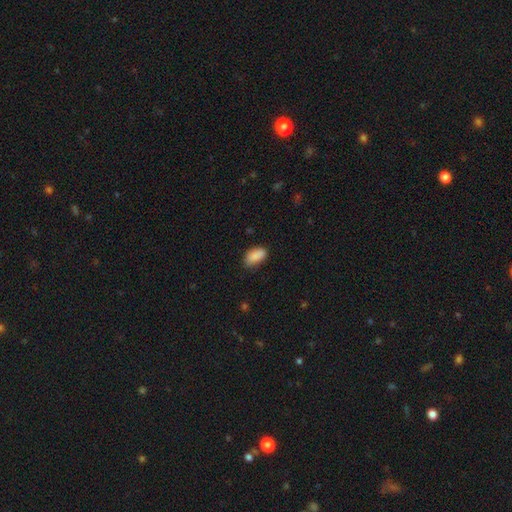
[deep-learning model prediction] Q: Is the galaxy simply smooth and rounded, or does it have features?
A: smooth — 89%.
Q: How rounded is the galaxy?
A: in between — 92%.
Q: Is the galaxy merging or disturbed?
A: none — 71%.